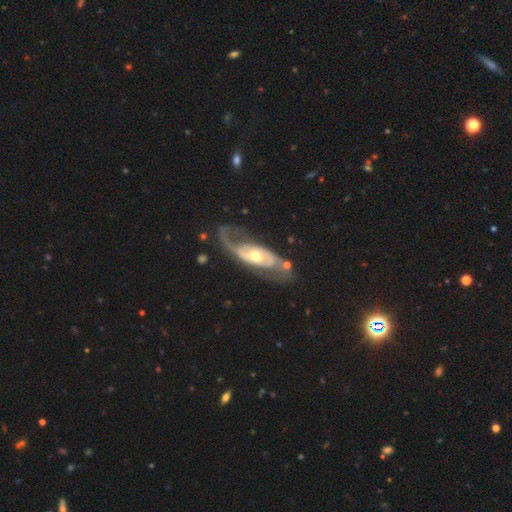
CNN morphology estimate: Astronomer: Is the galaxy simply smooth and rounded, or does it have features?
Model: featured or disk — 84%.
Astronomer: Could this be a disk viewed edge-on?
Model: no — 91%.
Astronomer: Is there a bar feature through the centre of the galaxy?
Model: no — 59%.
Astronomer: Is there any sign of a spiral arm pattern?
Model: yes — 88%.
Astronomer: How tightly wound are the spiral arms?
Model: medium — 42% (runner-up: loose, 36%).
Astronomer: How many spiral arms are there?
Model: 2 — 77%.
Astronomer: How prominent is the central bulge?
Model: moderate — 66%.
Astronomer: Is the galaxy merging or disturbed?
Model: none — 58%.